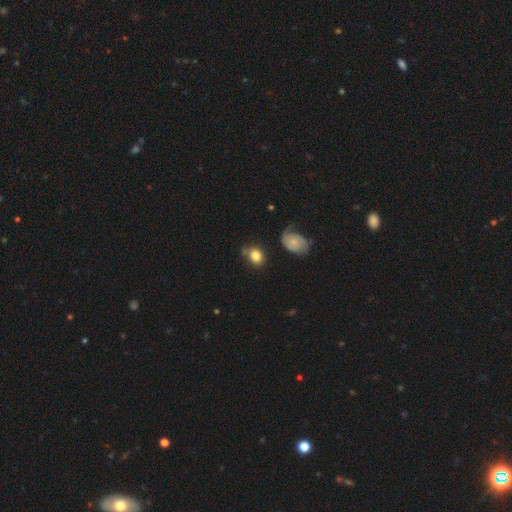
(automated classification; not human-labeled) Smooth or featured? Predicted: smooth (p=0.80). How rounded? Predicted: in between (p=0.51). Merging? Predicted: none (p=0.57).